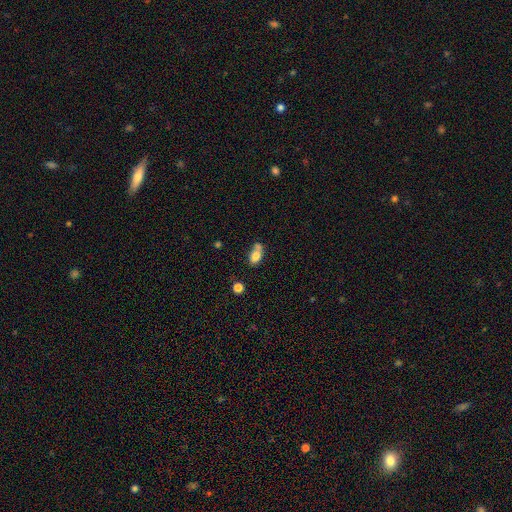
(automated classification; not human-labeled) Smooth or featured?
  - smooth: 77% *
  - featured or disk: 14%
  - star or artifact: 9%
How rounded?
  - in between: 84% *
  - round: 11%
  - cigar-shaped: 5%
Merging?
  - none: 40% *
  - merger: 28%
  - minor disturbance: 23%
  - major disturbance: 10%